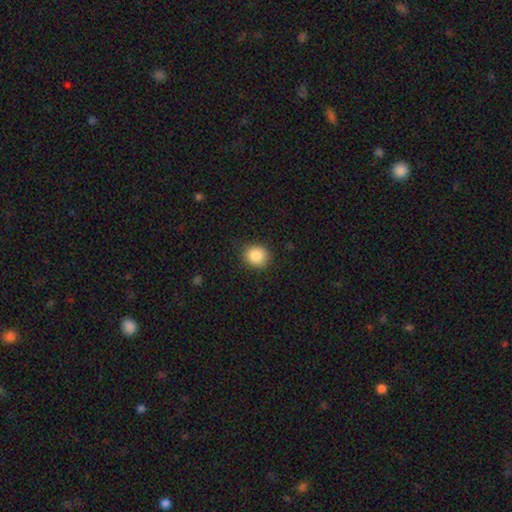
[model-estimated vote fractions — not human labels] Smooth or featured?
  - smooth: 86% *
  - star or artifact: 9%
  - featured or disk: 5%
How rounded?
  - round: 74% *
  - in between: 25%
  - cigar-shaped: 1%
Merging?
  - none: 86% *
  - minor disturbance: 10%
  - major disturbance: 3%
  - merger: 1%